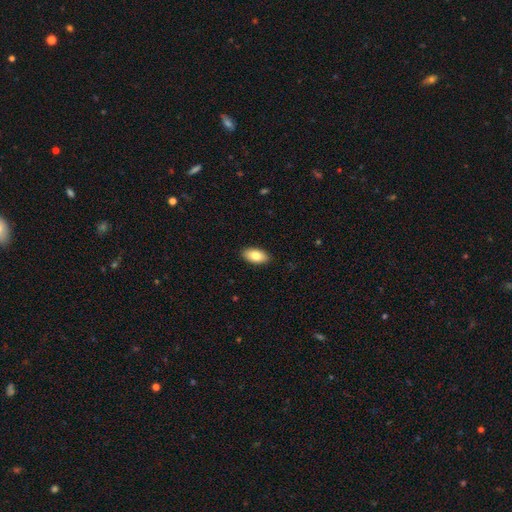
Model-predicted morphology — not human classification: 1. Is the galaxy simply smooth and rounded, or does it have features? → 83% smooth, 10% featured or disk, 6% star or artifact.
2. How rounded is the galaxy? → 93% in between, 4% cigar-shaped, 3% round.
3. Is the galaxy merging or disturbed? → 90% none, 7% minor disturbance, 2% major disturbance, 1% merger.